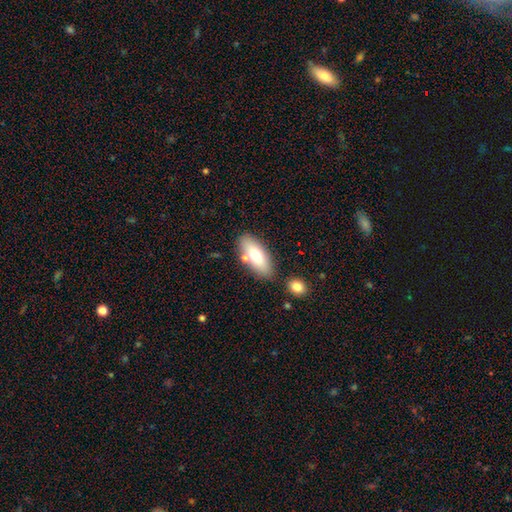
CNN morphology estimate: smooth 70%, featured or disk 23%, star or artifact 7%. Down the decision tree: how rounded — in between (81%); merging — none (74%).